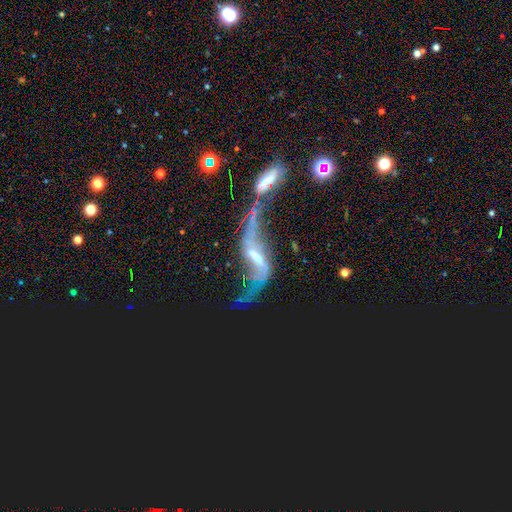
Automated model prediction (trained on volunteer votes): featured or disk 82%, star or artifact 10%, smooth 9%. Down the decision tree: edge-on disk — no (86%); bar — strong (40%); spiral arms — yes (86%); spiral arm count — 2 (86%); spiral winding — loose (89%); bulge size — small (46%); merging — merger (43%).